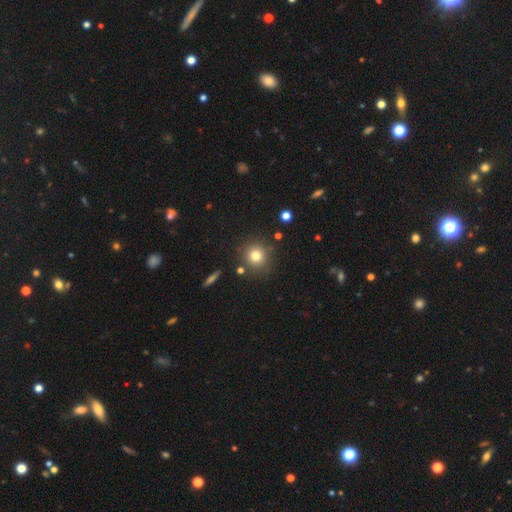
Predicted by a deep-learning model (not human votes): A smooth galaxy with no disk features (78%) that is round (92%). Merging: none (84%).